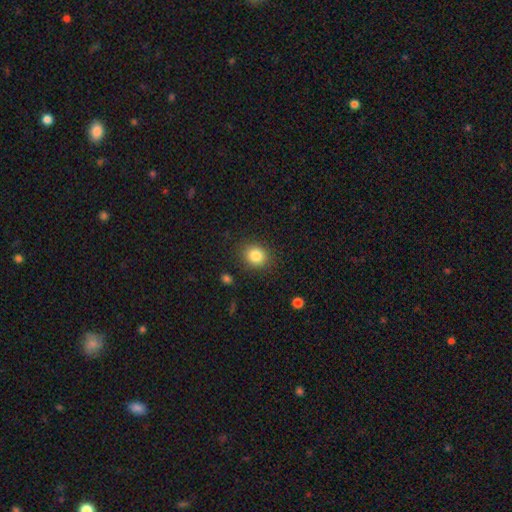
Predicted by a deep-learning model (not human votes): This appears to be a smooth galaxy with no disk features (84%) that is round (74%). Merging: none (87%).